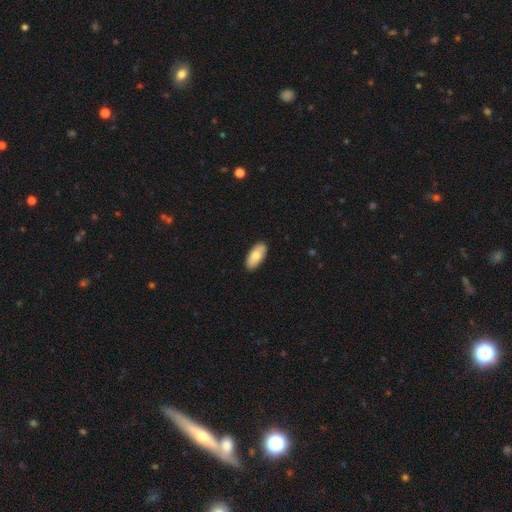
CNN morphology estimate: A smooth galaxy with no disk features (77%) that is in between round and cigar-shaped (90%).

Vote fractions:
- Smooth or featured? smooth: 77% / featured or disk: 17% / star or artifact: 6%
- How rounded? in between: 90% / cigar-shaped: 8% / round: 2%
- Merging? none: 88% / minor disturbance: 9% / major disturbance: 2% / merger: 1%